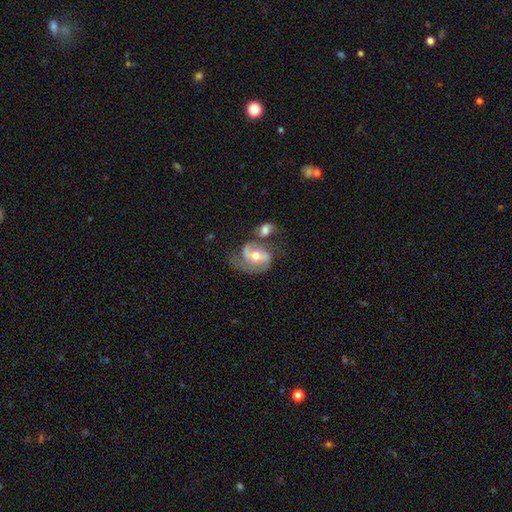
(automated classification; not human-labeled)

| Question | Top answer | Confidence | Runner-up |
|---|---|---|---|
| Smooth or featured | featured or disk | 79% | smooth (14%) |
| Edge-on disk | no | 97% | yes (3%) |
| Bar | no | 47% | weak (38%) |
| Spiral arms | yes | 93% | no (7%) |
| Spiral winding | medium | 49% | loose (31%) |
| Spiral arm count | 2 | 78% | 1 (10%) |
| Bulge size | moderate | 70% | small (23%) |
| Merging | none | 36% | merger (29%) |